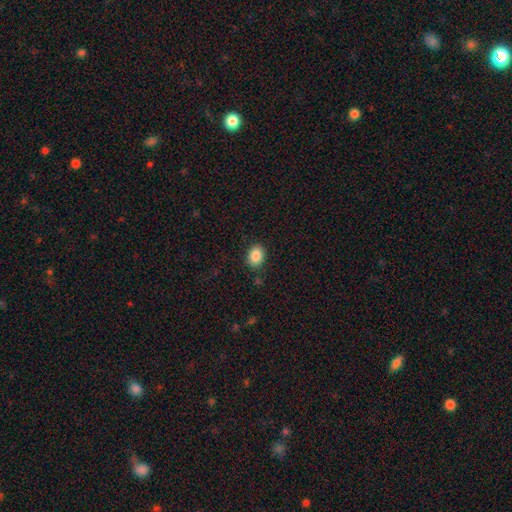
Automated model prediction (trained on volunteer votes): This is clearly a smooth galaxy (87%). How rounded: likely in between (66%). Merging: clearly none (86%).